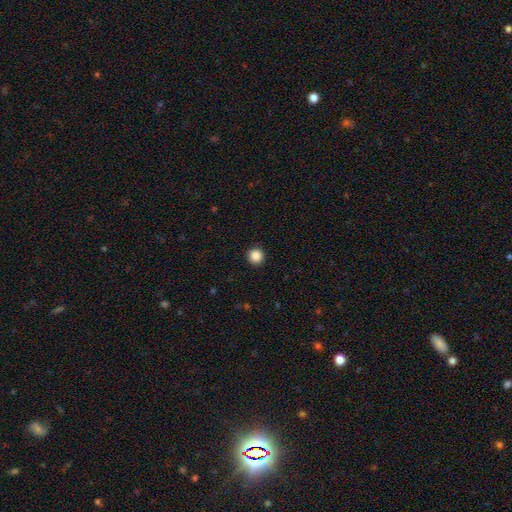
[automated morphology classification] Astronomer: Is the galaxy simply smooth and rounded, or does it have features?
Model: smooth — 87%.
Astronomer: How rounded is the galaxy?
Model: round — 96%.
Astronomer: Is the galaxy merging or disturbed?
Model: none — 94%.